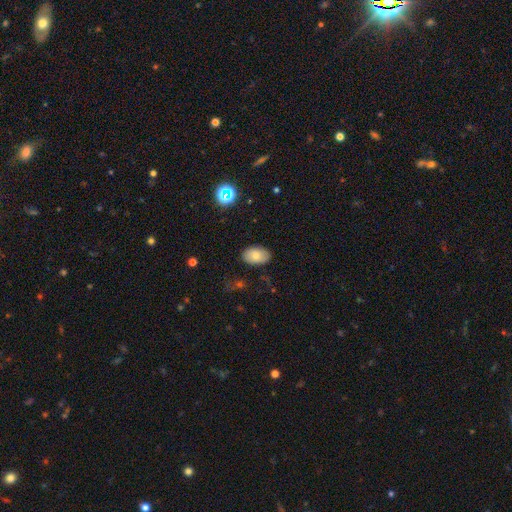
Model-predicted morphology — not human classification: smooth_or_featured: smooth (p=0.77) [alt: featured or disk p=0.14]
how_rounded: in between (p=0.90) [alt: round p=0.08]
merging: none (p=0.85) [alt: minor disturbance p=0.11]